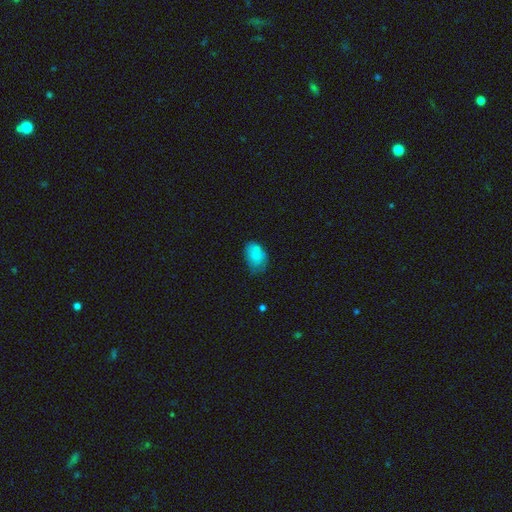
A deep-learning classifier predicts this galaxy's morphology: smooth_or_featured: smooth (p=0.75) [alt: featured or disk p=0.17]
how_rounded: in between (p=0.84) [alt: round p=0.15]
merging: none (p=0.46) [alt: minor disturbance p=0.29]